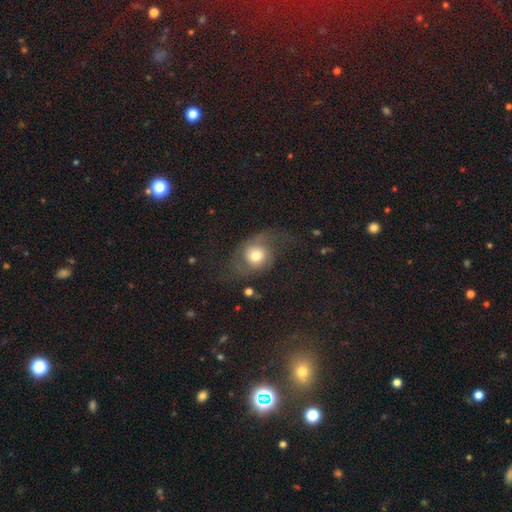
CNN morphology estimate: Smooth or featured? featured or disk (47%)
Merging? none (44%)